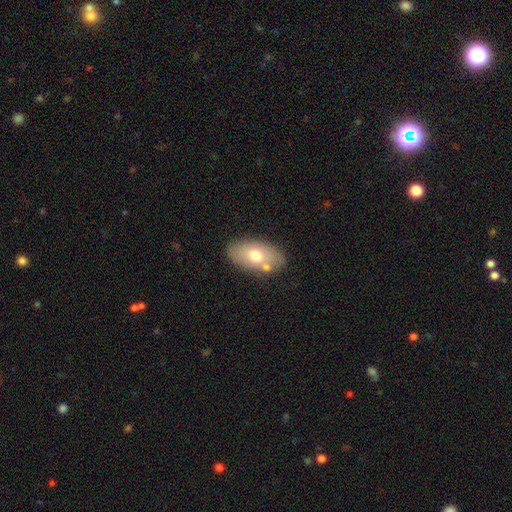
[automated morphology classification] This appears to be a smooth galaxy with no disk features (66%) that is in between round and cigar-shaped (92%). Merging: none (72%).